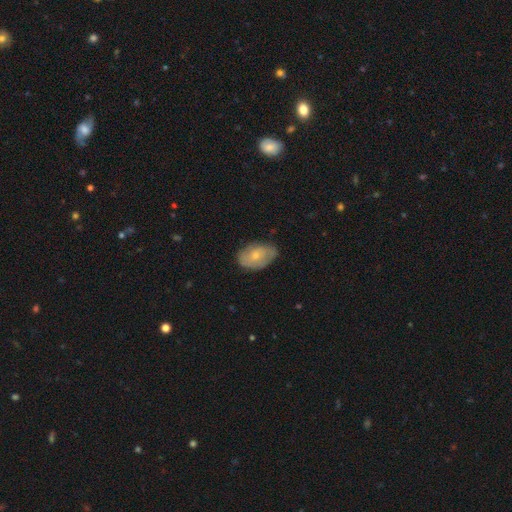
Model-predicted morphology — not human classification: Smooth or featured? Predicted: smooth (p=0.57). How rounded? Predicted: in between (p=0.87). Merging? Predicted: none (p=0.71).